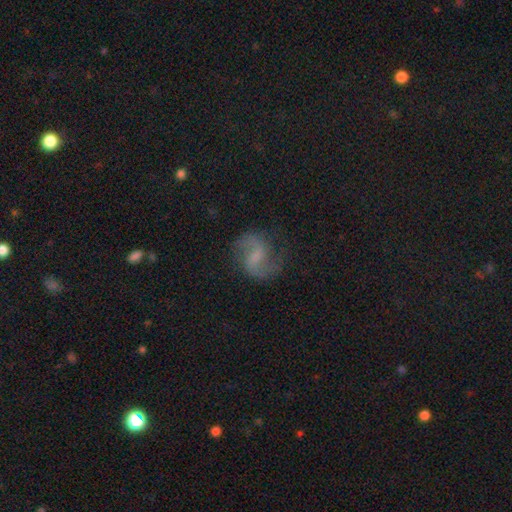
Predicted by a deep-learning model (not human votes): smooth_or_featured: featured or disk (p=0.82) [alt: smooth p=0.11]
disk_edge_on: no (p=0.98) [alt: yes p=0.02]
bar: weak (p=0.55) [alt: strong p=0.23]
has_spiral_arms: yes (p=0.96) [alt: no p=0.04]
spiral_winding: loose (p=0.48) [alt: medium p=0.43]
spiral_arm_count: 2 (p=0.92) [alt: can't tell p=0.03]
bulge_size: none (p=0.47) [alt: small p=0.29]
merging: none (p=0.77) [alt: minor disturbance p=0.15]